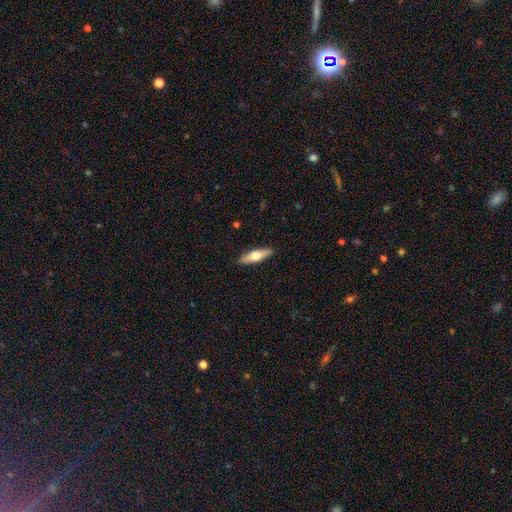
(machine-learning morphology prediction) This appears to be a smooth galaxy with no disk features (57%) that is cigar-shaped (57%). Merging: none (90%).